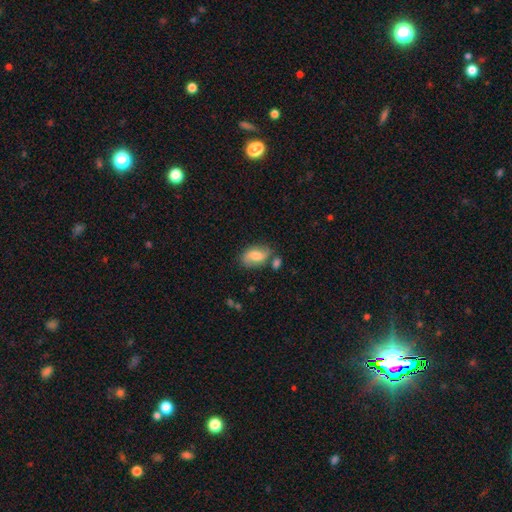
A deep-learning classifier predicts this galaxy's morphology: Smooth or featured?
  - smooth: 57% *
  - featured or disk: 34%
  - star or artifact: 8%
How rounded?
  - in between: 87% *
  - round: 10%
  - cigar-shaped: 2%
Merging?
  - none: 63% *
  - minor disturbance: 21%
  - merger: 11%
  - major disturbance: 6%